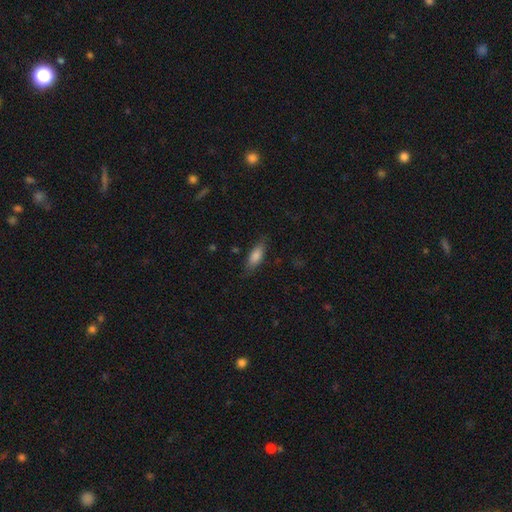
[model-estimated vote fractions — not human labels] Morphology: type=smooth (81%); roundness=in between (65%); merging=none (78%).